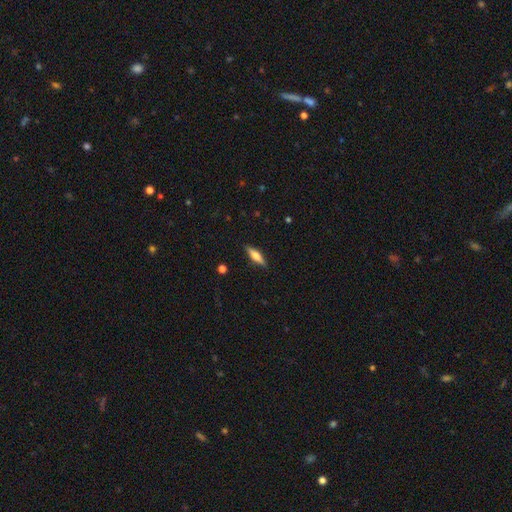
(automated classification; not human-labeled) smooth 55%, featured or disk 38%, star or artifact 6%. Down the decision tree: how rounded — cigar-shaped (62%); merging — none (88%).